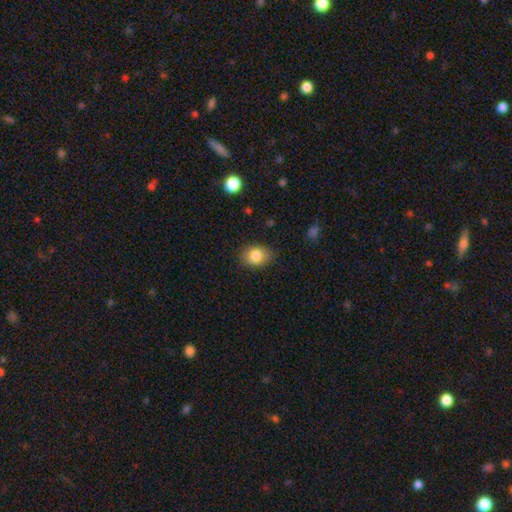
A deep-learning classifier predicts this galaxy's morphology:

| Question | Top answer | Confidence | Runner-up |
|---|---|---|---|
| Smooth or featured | smooth | 83% | star or artifact (9%) |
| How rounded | in between | 62% | round (37%) |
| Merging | none | 81% | minor disturbance (15%) |